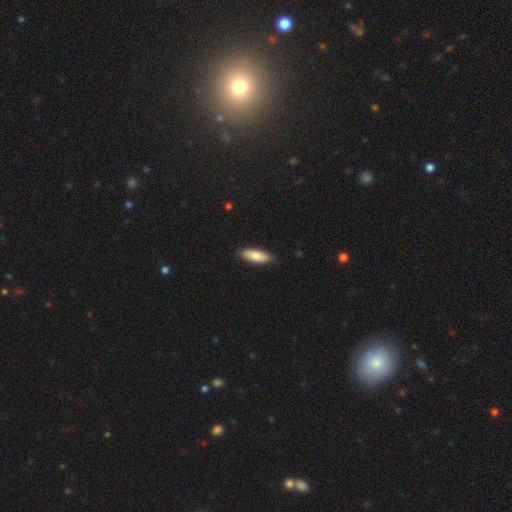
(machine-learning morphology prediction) A smooth galaxy with no disk features (82%) that is in between round and cigar-shaped (64%).

Vote fractions:
- Smooth or featured? smooth: 82% / featured or disk: 12% / star or artifact: 5%
- How rounded? in between: 64% / cigar-shaped: 34% / round: 2%
- Merging? none: 88% / minor disturbance: 9% / major disturbance: 2% / merger: 1%